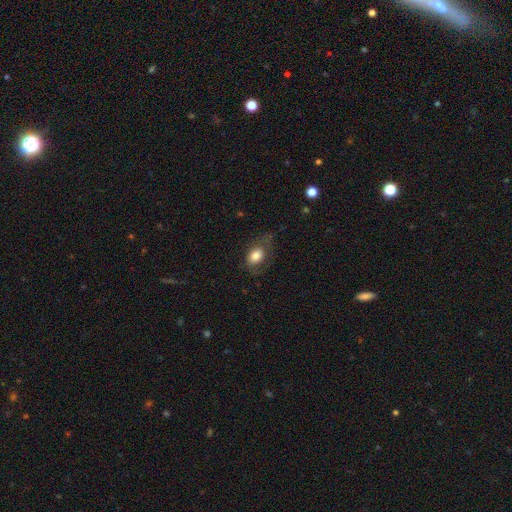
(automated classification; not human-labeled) Smooth or featured? smooth (73%)
How rounded? in between (76%)
Merging? none (51%)